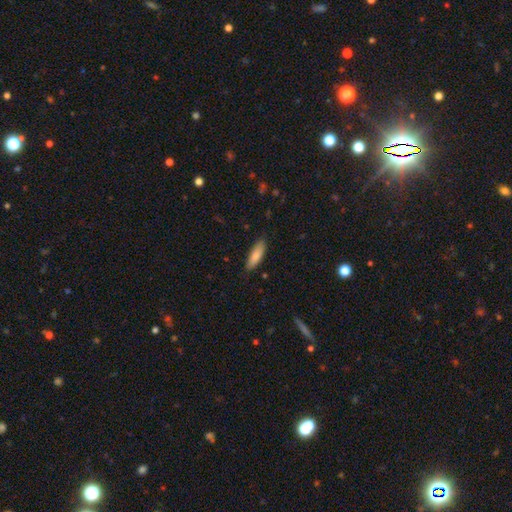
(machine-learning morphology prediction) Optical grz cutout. It shows a smooth galaxy with no disk features (82%) that is cigar-shaped (52%). Merging: none (84%).